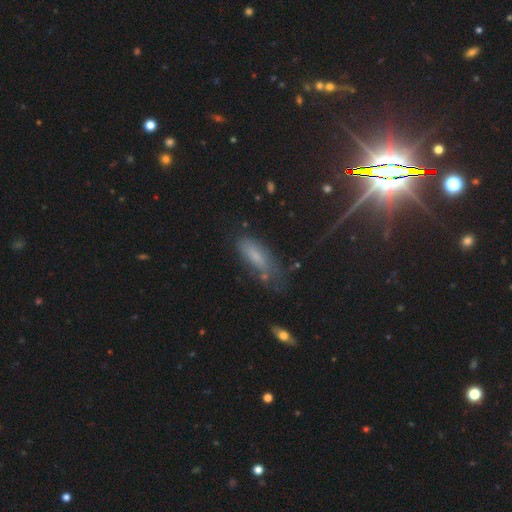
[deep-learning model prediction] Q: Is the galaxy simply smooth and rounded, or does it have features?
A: smooth — 65%.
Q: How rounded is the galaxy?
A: in between — 62%.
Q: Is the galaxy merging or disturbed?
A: none — 55%.